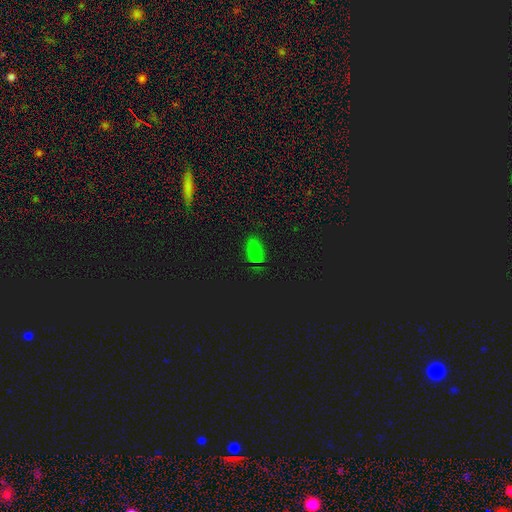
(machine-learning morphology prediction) smooth_or_featured: smooth (p=0.56) [alt: star or artifact p=0.36]
how_rounded: in between (p=0.79) [alt: cigar-shaped p=0.13]
merging: none (p=0.73) [alt: minor disturbance p=0.19]